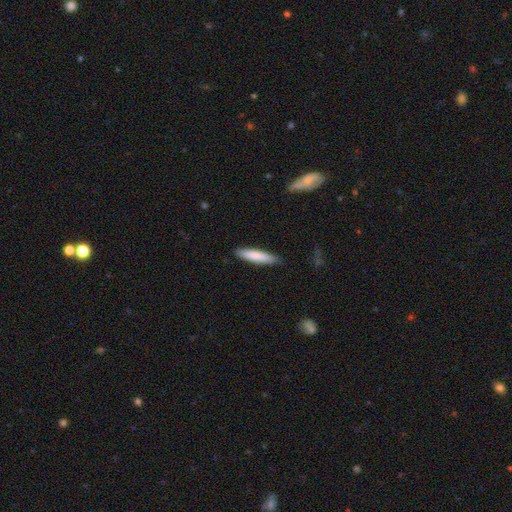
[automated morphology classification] smooth-or-featured: smooth: 82% | featured or disk: 13% | star or artifact: 5%
  how-rounded: cigar-shaped: 79% | in between: 20% | round: 1%
  merging: none: 86% | minor disturbance: 11% | major disturbance: 2% | merger: 1%